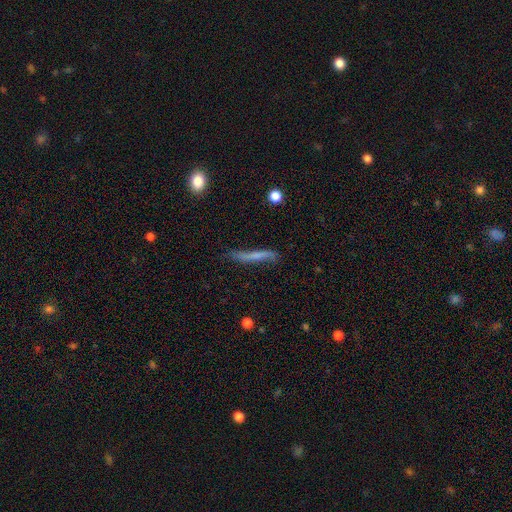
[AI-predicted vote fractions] Smooth or featured? smooth (51%)
How rounded? cigar-shaped (93%)
Merging? none (62%)